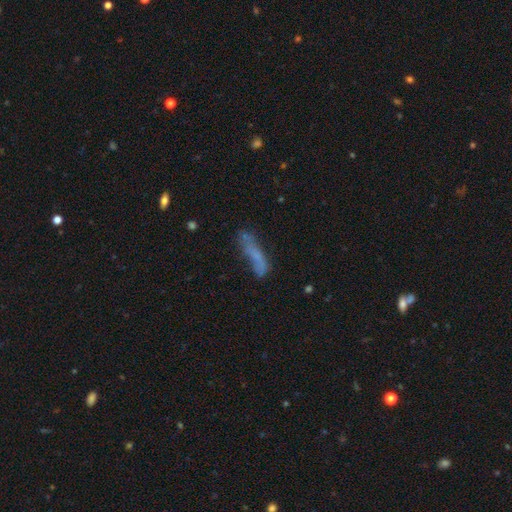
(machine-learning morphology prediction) The model was most divided on "smooth or featured": smooth: 54%, featured or disk: 34%, star or artifact: 12%. More confident: how rounded — cigar-shaped (79%); merging — none (53%).